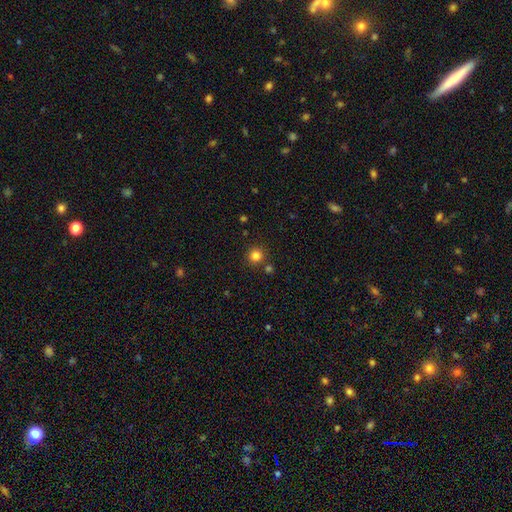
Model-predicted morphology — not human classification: smooth 83%, star or artifact 13%, featured or disk 4%. Down the decision tree: how rounded — round (94%); merging — none (81%).